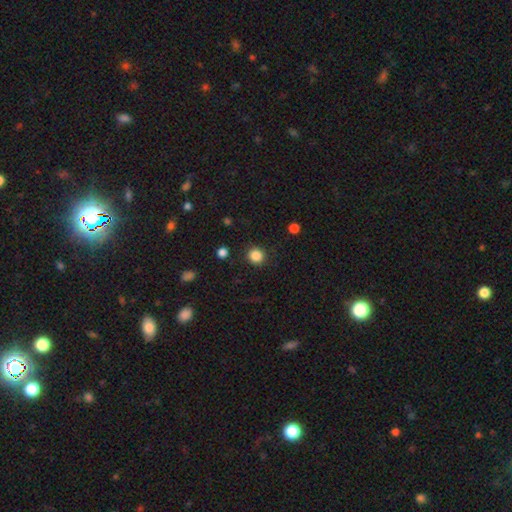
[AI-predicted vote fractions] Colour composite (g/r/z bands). It shows a smooth galaxy with no disk features (85%) that is round (91%). Merging: none (90%).